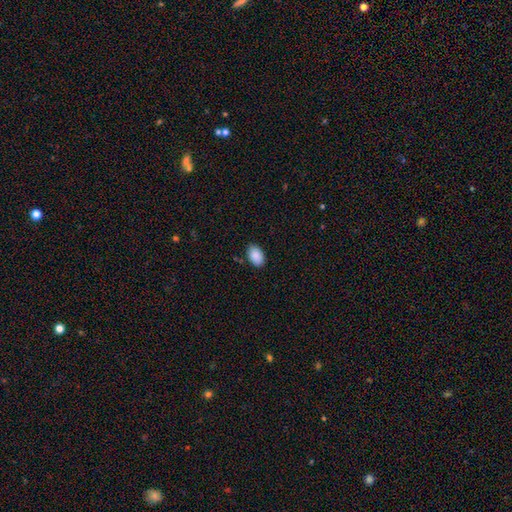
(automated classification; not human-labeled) Morphology: type=smooth (90%); roundness=in between (91%); merging=none (86%).